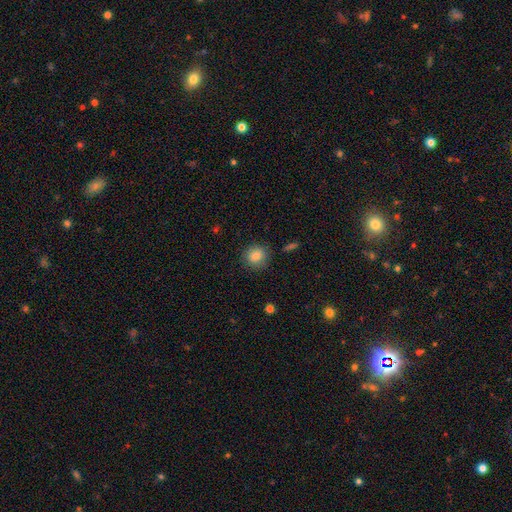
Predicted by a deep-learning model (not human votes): The model was most divided on "how rounded": round: 80%, in between: 19%, cigar-shaped: 1%. More confident: merging — none (86%); smooth or featured — smooth (85%).